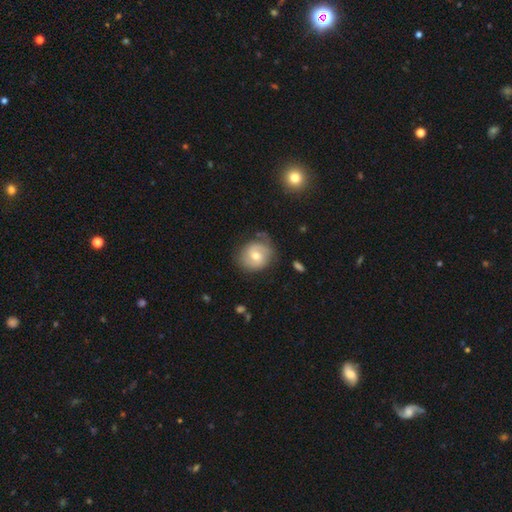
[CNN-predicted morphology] This is possibly a featured or disk galaxy (49%). Merging: likely none (68%).